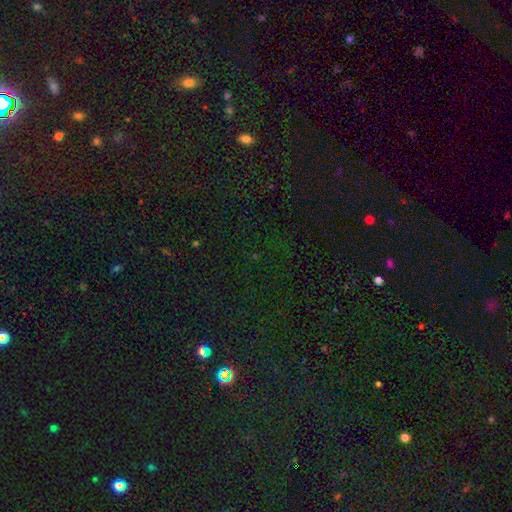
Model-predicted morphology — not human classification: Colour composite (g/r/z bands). It shows a star or artifact, not a galaxy (76%).